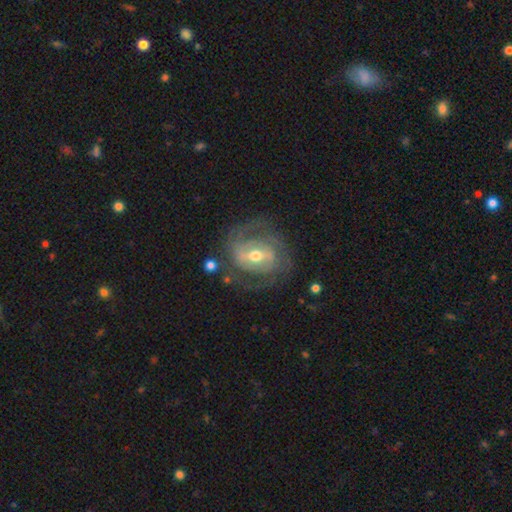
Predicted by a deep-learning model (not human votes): featured or disk 83%, smooth 12%, star or artifact 5%. Down the decision tree: edge-on disk — no (96%); bar — weak (42%); spiral arms — yes (84%); spiral arm count — 2 (49%); spiral winding — tight (45%); bulge size — moderate (72%); merging — none (67%).